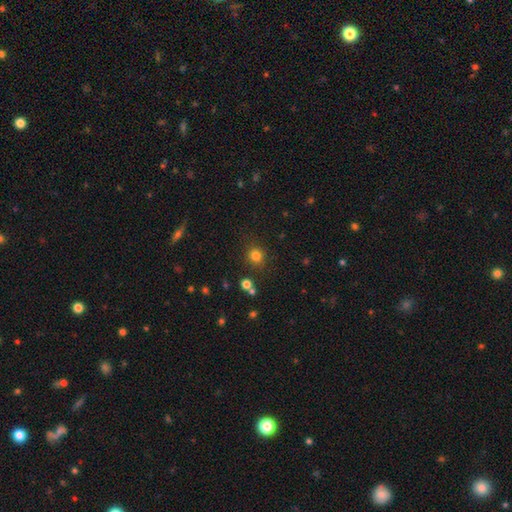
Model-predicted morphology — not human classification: type=smooth (80%); roundness=round (88%); merging=none (85%).